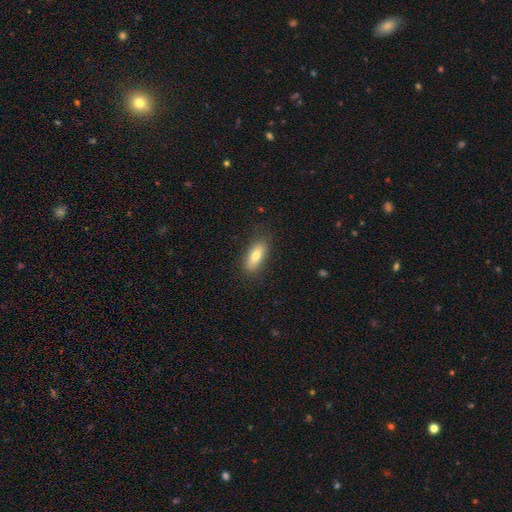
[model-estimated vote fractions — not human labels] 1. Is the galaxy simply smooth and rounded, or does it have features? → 74% smooth, 19% featured or disk, 7% star or artifact.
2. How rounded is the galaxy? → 75% in between, 21% cigar-shaped, 3% round.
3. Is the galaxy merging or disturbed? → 83% none, 13% minor disturbance, 3% major disturbance, 1% merger.